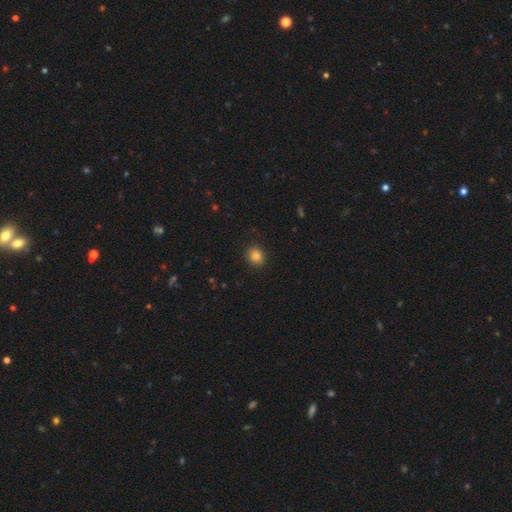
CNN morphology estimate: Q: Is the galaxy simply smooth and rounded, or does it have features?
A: smooth — 85%.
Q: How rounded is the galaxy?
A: round — 70%.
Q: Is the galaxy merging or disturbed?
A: none — 89%.